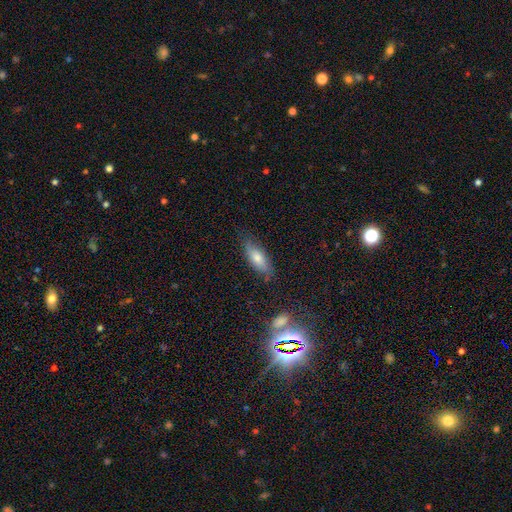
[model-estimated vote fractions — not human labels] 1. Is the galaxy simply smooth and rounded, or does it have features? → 59% smooth, 24% featured or disk, 17% star or artifact.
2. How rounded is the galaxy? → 63% in between, 33% cigar-shaped, 4% round.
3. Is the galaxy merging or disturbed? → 80% none, 15% minor disturbance, 4% major disturbance, 2% merger.